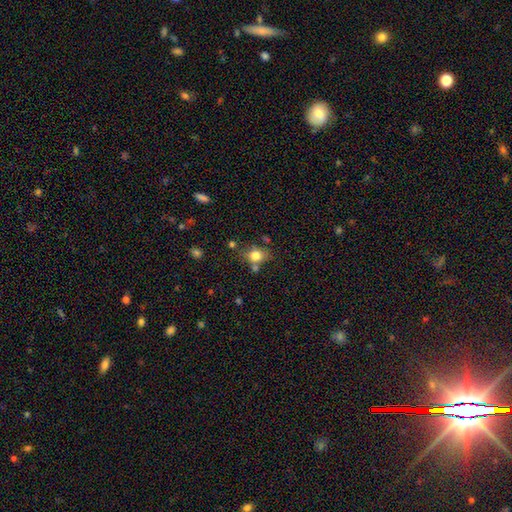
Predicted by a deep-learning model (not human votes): Smooth or featured?
  - smooth: 78% *
  - star or artifact: 11%
  - featured or disk: 11%
How rounded?
  - round: 57% *
  - in between: 41%
  - cigar-shaped: 2%
Merging?
  - none: 60% *
  - minor disturbance: 18%
  - merger: 15%
  - major disturbance: 6%